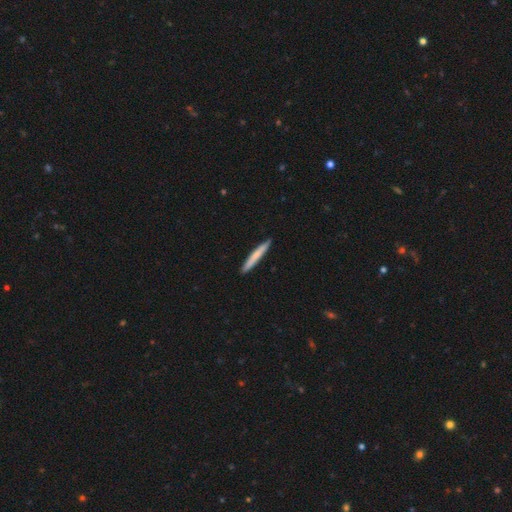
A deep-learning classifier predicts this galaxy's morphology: Smooth or featured?
  - smooth: 71% *
  - featured or disk: 24%
  - star or artifact: 5%
How rounded?
  - cigar-shaped: 96% *
  - in between: 3%
  - round: 1%
Merging?
  - none: 91% *
  - minor disturbance: 7%
  - major disturbance: 1%
  - merger: 1%